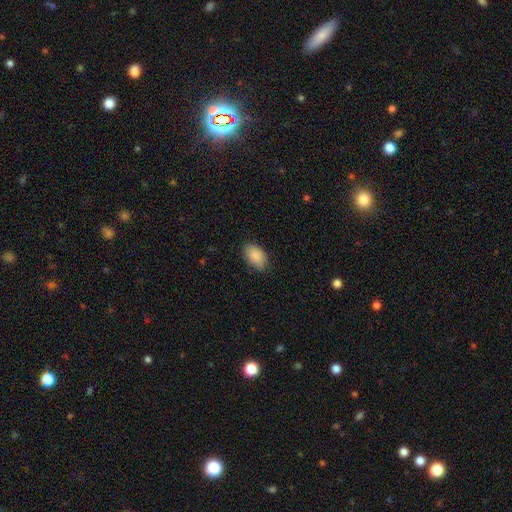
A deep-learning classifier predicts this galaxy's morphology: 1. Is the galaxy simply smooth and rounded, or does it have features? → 89% smooth, 7% star or artifact, 5% featured or disk.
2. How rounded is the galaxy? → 92% in between, 6% round, 1% cigar-shaped.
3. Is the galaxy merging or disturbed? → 82% none, 15% minor disturbance, 3% major disturbance, 1% merger.